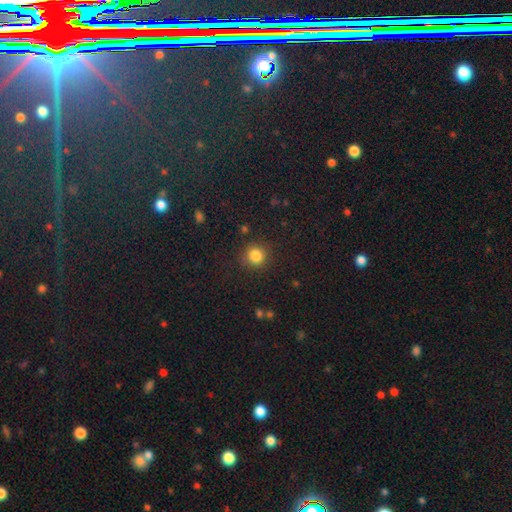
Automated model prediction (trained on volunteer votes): smooth_or_featured: smooth (p=0.84) [alt: star or artifact p=0.12]
how_rounded: round (p=0.91) [alt: in between p=0.08]
merging: none (p=0.87) [alt: minor disturbance p=0.08]